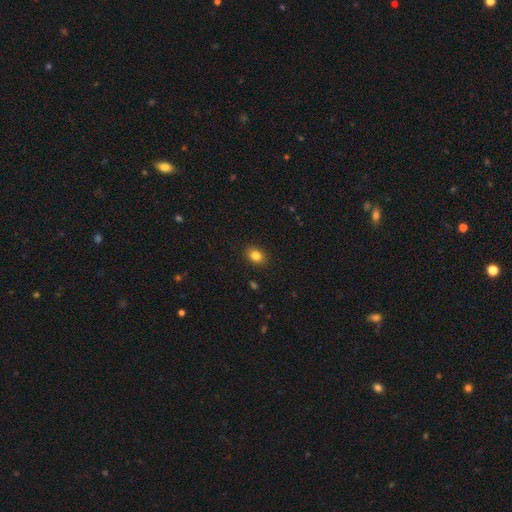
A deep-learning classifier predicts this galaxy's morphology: Smooth or featured? smooth (83%)
How rounded? in between (60%)
Merging? none (90%)